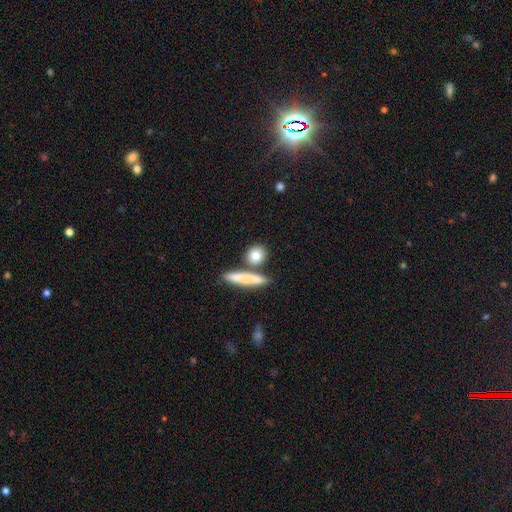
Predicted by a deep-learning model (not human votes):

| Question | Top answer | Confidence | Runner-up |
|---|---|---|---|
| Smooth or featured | smooth | 81% | featured or disk (12%) |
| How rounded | round | 61% | in between (22%) |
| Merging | none | 73% | merger (14%) |